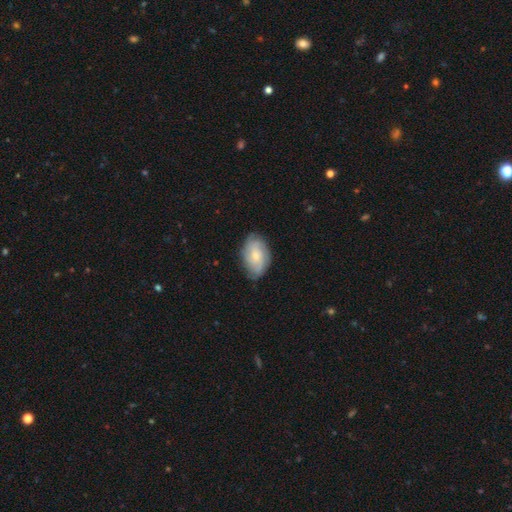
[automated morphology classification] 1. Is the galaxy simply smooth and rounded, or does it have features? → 53% featured or disk, 41% smooth, 7% star or artifact.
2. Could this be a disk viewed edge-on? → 96% no, 4% yes.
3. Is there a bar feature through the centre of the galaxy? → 70% no, 26% weak, 4% strong.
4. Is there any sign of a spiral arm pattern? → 85% yes, 15% no.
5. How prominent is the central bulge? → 57% small, 35% moderate, 4% none, 2% large, 1% dominant.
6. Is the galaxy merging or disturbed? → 75% none, 20% minor disturbance, 5% major disturbance, 1% merger.